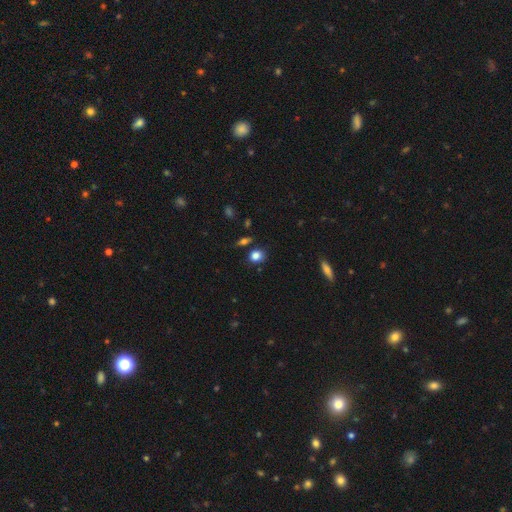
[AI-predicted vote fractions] Overall: smooth (83%). How rounded: round (61%; in between 37%). Merging: none (79%).